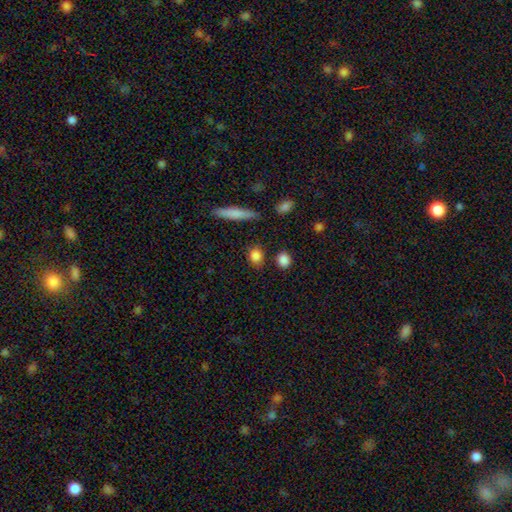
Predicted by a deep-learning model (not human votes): smooth 85%, star or artifact 9%, featured or disk 6%. Down the decision tree: how rounded — round (54%); merging — none (81%).